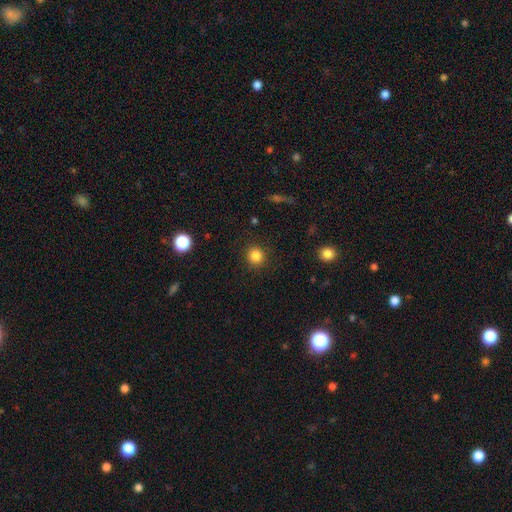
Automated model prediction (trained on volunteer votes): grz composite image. It shows a smooth galaxy with no disk features (85%) that is round (91%). Merging: none (90%).